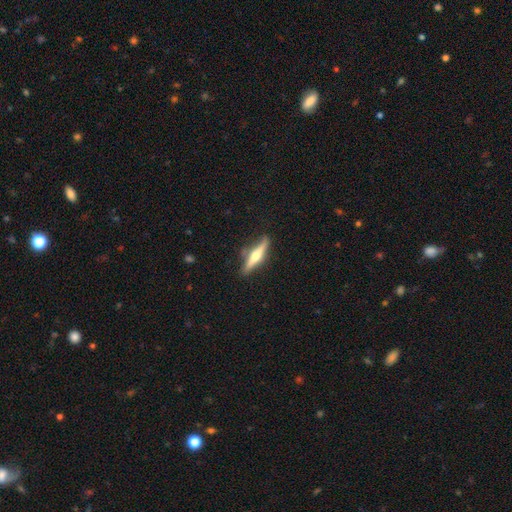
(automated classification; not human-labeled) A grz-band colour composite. It shows a featured or disk galaxy (61%) viewed edge-on (96%) with a rounded central bulge (91%). Merging: none (83%).